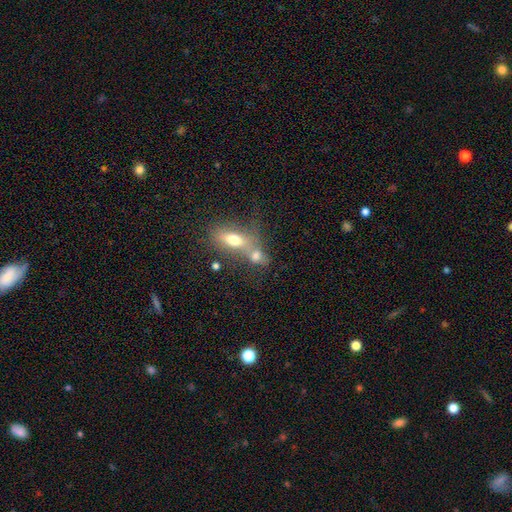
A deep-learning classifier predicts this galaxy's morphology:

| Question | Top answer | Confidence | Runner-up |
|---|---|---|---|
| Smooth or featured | smooth | 68% | featured or disk (20%) |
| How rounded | in between | 67% | round (23%) |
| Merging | merger | 55% | none (30%) |